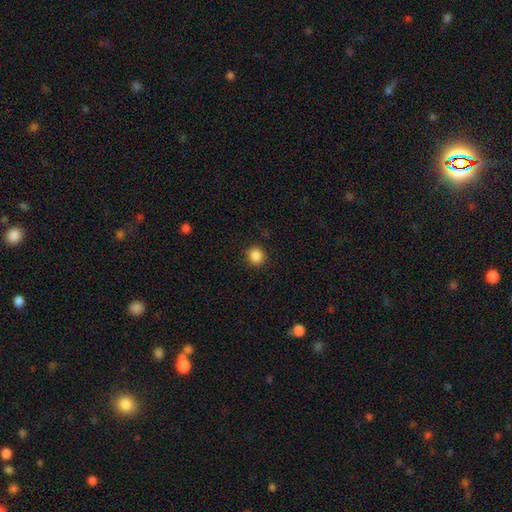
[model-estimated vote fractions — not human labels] This is clearly a smooth galaxy (87%). How rounded: clearly round (91%). Merging: clearly none (90%).